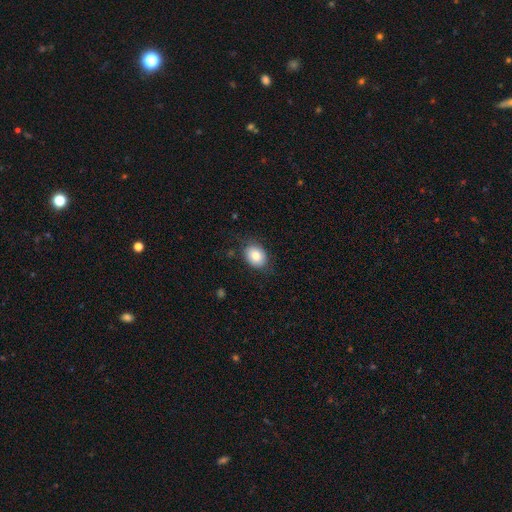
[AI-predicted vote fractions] Q: Smooth or featured?
A: smooth (82%); runner-up: featured or disk (10%)
Q: How rounded?
A: in between (59%); runner-up: round (40%)
Q: Merging?
A: none (76%); runner-up: minor disturbance (18%)